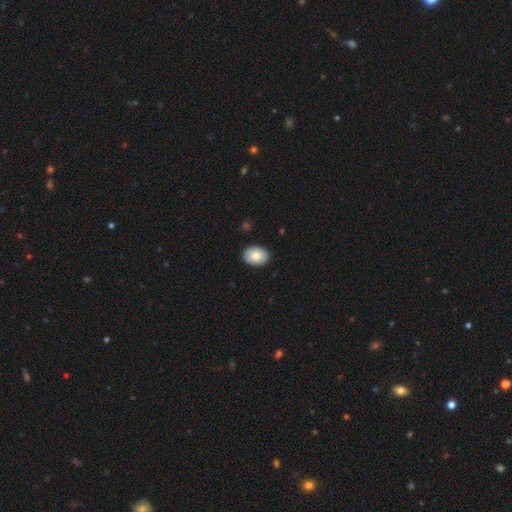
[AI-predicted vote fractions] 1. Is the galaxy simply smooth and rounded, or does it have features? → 83% smooth, 11% featured or disk, 7% star or artifact.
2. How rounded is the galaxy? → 81% in between, 18% round, 1% cigar-shaped.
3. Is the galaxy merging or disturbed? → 89% none, 8% minor disturbance, 2% major disturbance, 1% merger.